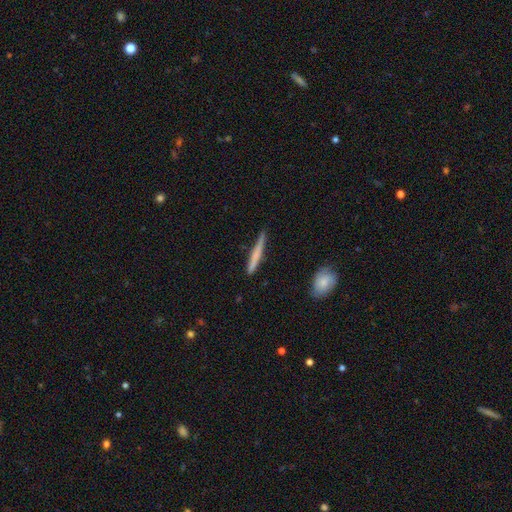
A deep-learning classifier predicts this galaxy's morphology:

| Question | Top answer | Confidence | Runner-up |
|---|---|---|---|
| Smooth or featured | smooth | 58% | featured or disk (37%) |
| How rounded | cigar-shaped | 95% | in between (3%) |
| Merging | none | 83% | minor disturbance (13%) |